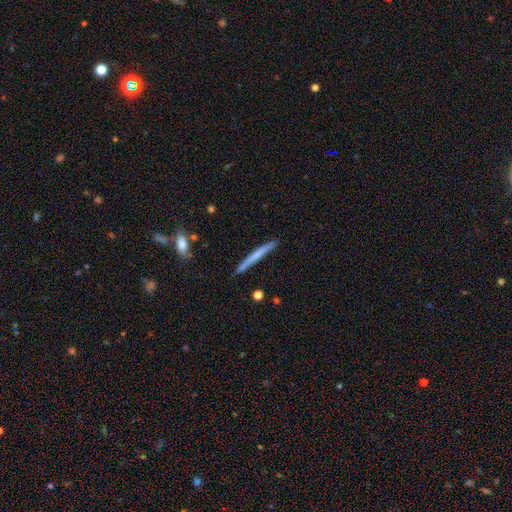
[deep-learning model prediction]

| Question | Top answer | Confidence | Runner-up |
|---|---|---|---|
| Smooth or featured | smooth | 55% | featured or disk (38%) |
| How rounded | cigar-shaped | 97% | in between (2%) |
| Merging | none | 88% | minor disturbance (9%) |